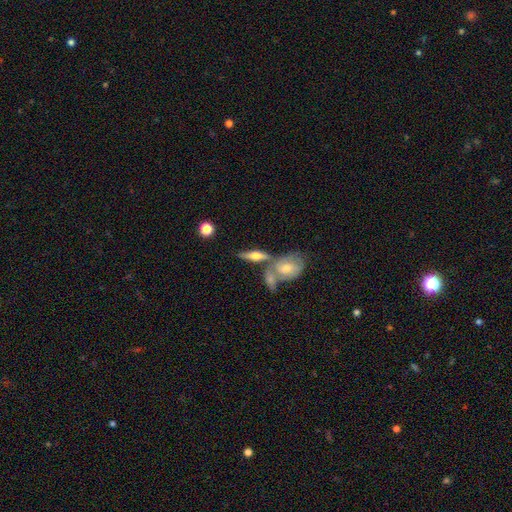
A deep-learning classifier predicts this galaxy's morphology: smooth-or-featured: featured or disk: 59% | smooth: 35% | star or artifact: 7%
  disk-edge-on: yes: 86% | no: 14%
    edge-on-bulge: rounded: 92% | boxy: 5% | none: 3%
  merging: none: 52% | merger: 32% | minor disturbance: 12% | major disturbance: 5%